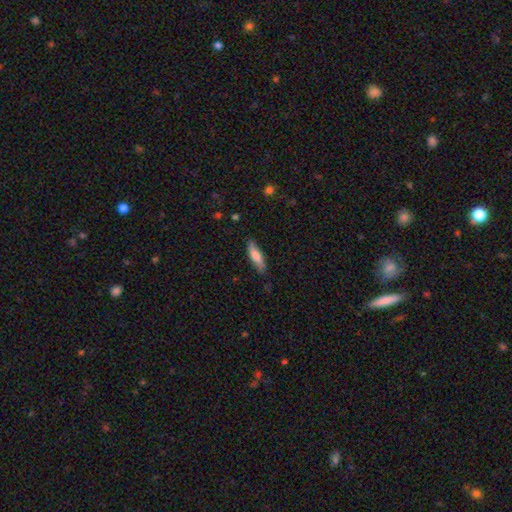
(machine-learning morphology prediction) Smooth or featured?
  - smooth: 77% *
  - featured or disk: 17%
  - star or artifact: 6%
How rounded?
  - cigar-shaped: 63% *
  - in between: 35%
  - round: 2%
Merging?
  - none: 81% *
  - minor disturbance: 15%
  - major disturbance: 2%
  - merger: 1%